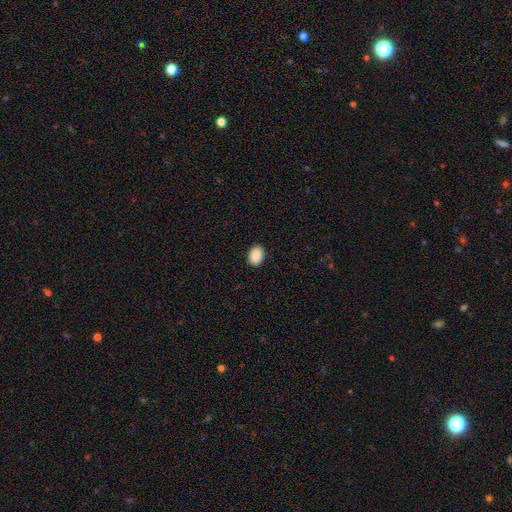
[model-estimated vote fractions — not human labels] This is clearly a smooth galaxy (90%). How rounded: likely in between (73%). Merging: clearly none (90%).